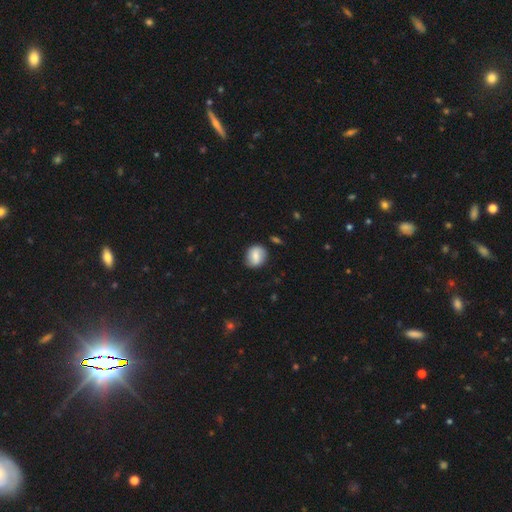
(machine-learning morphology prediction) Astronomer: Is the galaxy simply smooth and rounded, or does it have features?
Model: smooth — 72%.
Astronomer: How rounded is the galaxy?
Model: round — 67%.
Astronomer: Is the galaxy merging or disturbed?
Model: none — 83%.